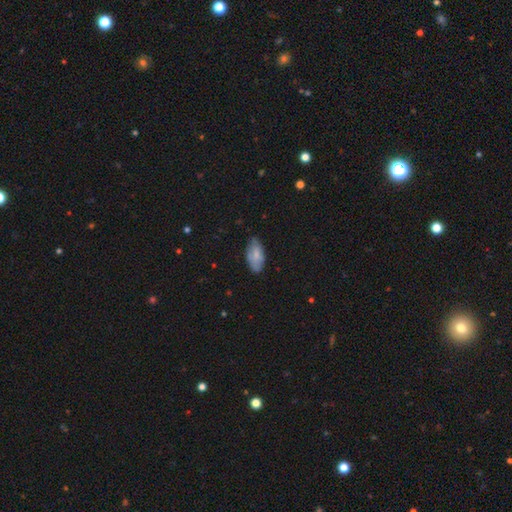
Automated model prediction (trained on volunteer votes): Smooth or featured? smooth (72%)
How rounded? in between (92%)
Merging? none (68%)